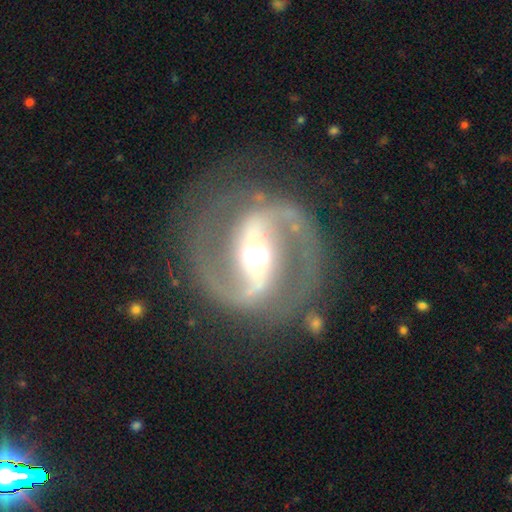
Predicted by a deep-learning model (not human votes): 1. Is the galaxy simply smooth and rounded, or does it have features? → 93% featured or disk, 4% star or artifact, 3% smooth.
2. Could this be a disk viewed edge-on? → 98% no, 2% yes.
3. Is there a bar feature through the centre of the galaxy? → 60% strong, 27% weak, 12% no.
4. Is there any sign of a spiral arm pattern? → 98% yes, 2% no.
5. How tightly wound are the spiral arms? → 64% medium, 20% tight, 16% loose.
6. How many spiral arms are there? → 94% 2, 1% can't tell, 1% 1, 1% 3, 1% 4, 1% more than 4.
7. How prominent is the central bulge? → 65% moderate, 16% small, 16% large, 2% dominant, 1% none.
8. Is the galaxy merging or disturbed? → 80% none, 12% minor disturbance, 6% major disturbance, 2% merger.